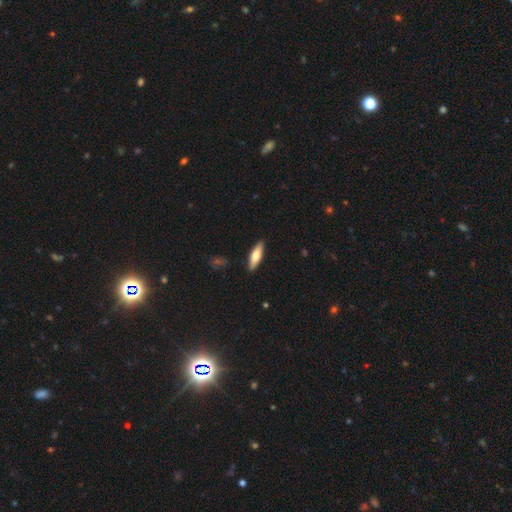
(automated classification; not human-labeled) A smooth galaxy with no disk features (61%) that is cigar-shaped (59%).

Vote fractions:
- Smooth or featured? smooth: 61% / featured or disk: 33% / star or artifact: 5%
- How rounded? cigar-shaped: 59% / in between: 39% / round: 2%
- Merging? none: 89% / minor disturbance: 8% / major disturbance: 2% / merger: 1%